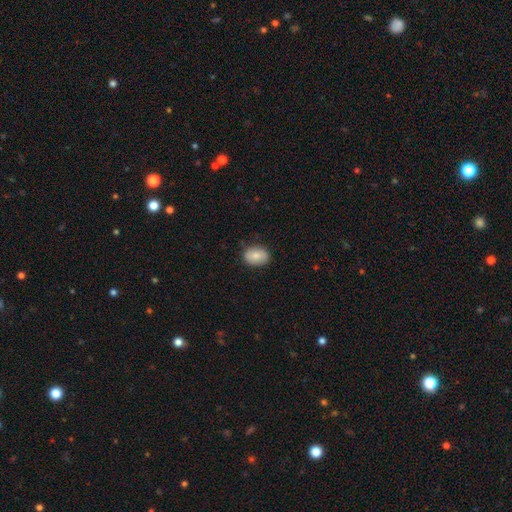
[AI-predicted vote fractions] Overall: smooth (79%). How rounded: in between (74%). Merging: none (84%).